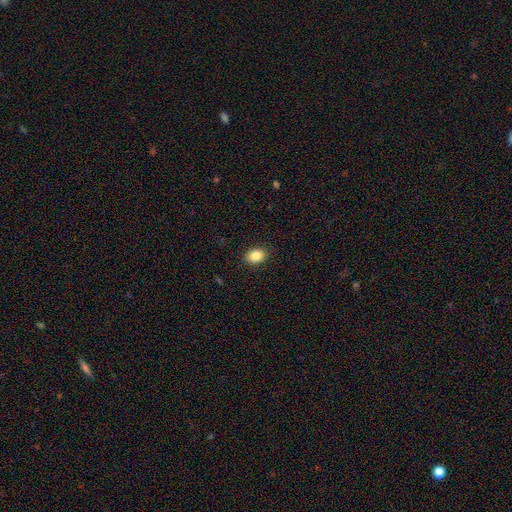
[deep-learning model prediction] Smooth or featured? Predicted: smooth (p=0.85). How rounded? Predicted: in between (p=0.71). Merging? Predicted: none (p=0.90).